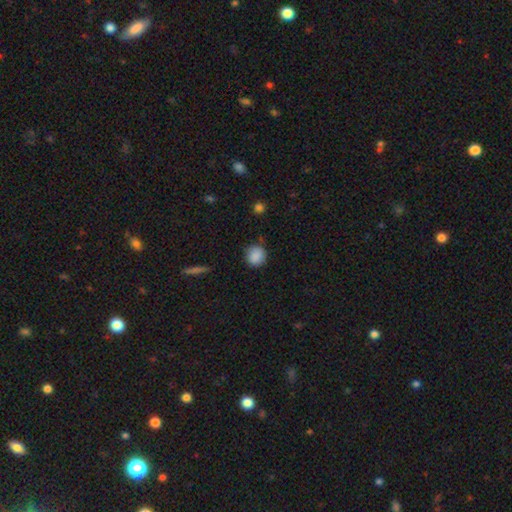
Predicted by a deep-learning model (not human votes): This is clearly a smooth galaxy (88%). How rounded: clearly round (87%). Merging: clearly none (82%).